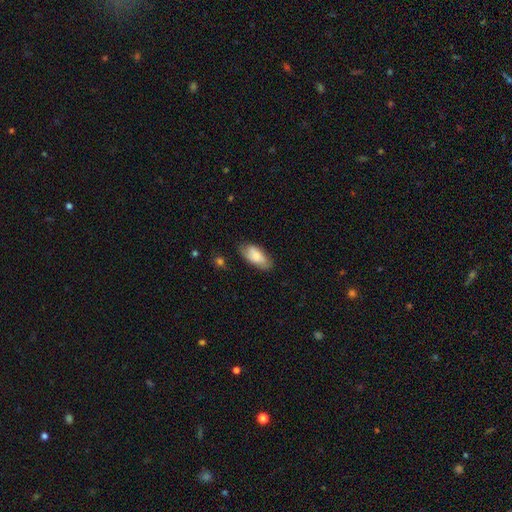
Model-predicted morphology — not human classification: Q: Smooth or featured?
A: smooth (80%); runner-up: featured or disk (14%)
Q: How rounded?
A: in between (87%); runner-up: cigar-shaped (11%)
Q: Merging?
A: none (75%); runner-up: minor disturbance (20%)